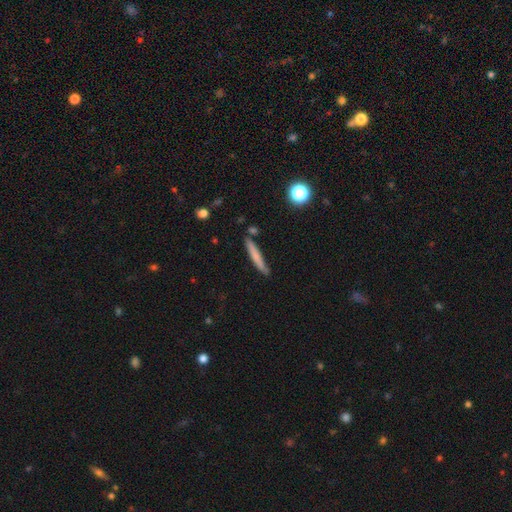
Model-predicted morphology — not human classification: Smooth or featured? Predicted: smooth (p=0.68). How rounded? Predicted: cigar-shaped (p=0.94). Merging? Predicted: none (p=0.80).